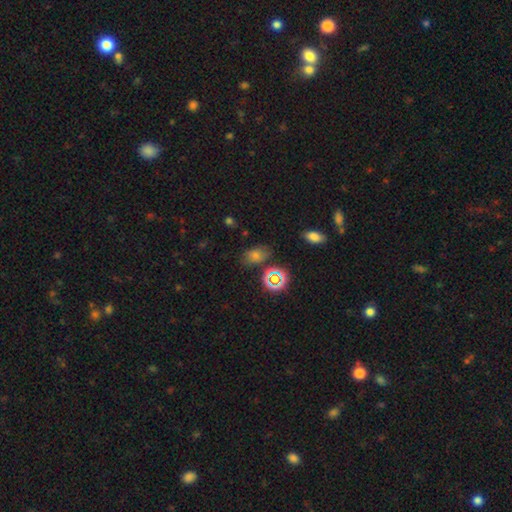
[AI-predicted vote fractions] smooth-or-featured: smooth: 63% | star or artifact: 27% | featured or disk: 10%
  how-rounded: in between: 76% | round: 22% | cigar-shaped: 2%
  merging: none: 71% | minor disturbance: 18% | major disturbance: 6% | merger: 5%